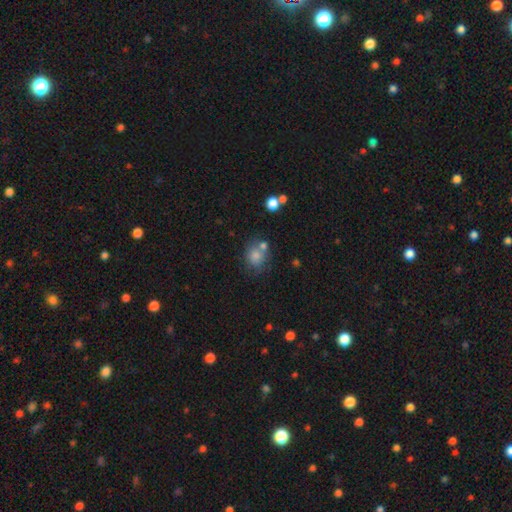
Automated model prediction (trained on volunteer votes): Smooth or featured: smooth — 76% (star or artifact — 14%)
How rounded: round — 73% (in between — 26%)
Merging: none — 59% (merger — 21%)